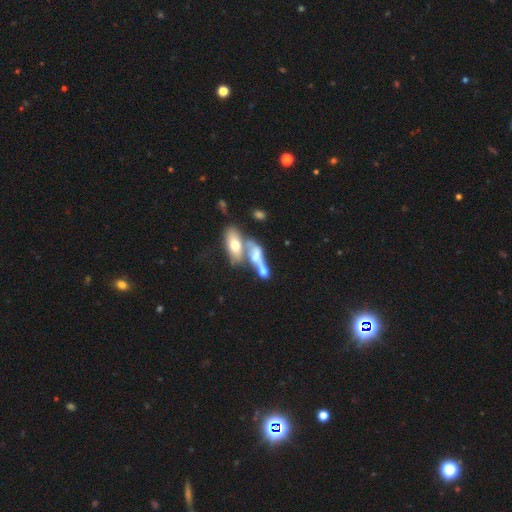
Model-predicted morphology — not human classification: A featured or disk galaxy (48%). Merging: merger (59%).